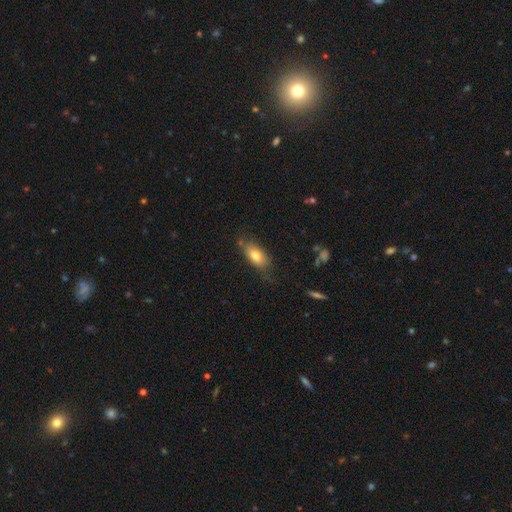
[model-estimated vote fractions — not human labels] smooth 73%, featured or disk 20%, star or artifact 8%. Down the decision tree: how rounded — in between (83%); merging — none (68%).